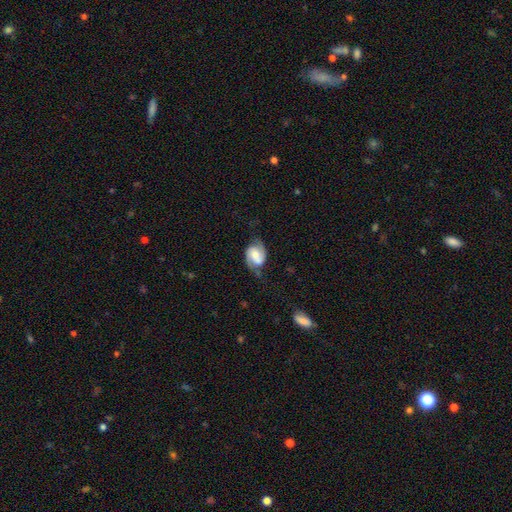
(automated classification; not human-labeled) A featured or disk galaxy (72%) with a weak bar (44%), 2 (90%) medium (47%) spiral arms (93%) and a moderate central bulge (39%).

Vote fractions:
- Smooth or featured? featured or disk: 72% / smooth: 21% / star or artifact: 7%
- Edge-on disk? no: 97% / yes: 3%
- Bar? weak: 44% / no: 33% / strong: 23%
- Spiral arms? yes: 93% / no: 7%
- Spiral winding? medium: 47% / loose: 30% / tight: 24%
- Spiral arm count? 2: 90% / can't tell: 4% / 1: 3% / 3: 1% / 4: 1% / more than 4: 1%
- Bulge size? moderate: 39% / small: 28% / large: 17% / none: 12% / dominant: 4%
- Merging? none: 64% / minor disturbance: 22% / major disturbance: 11% / merger: 2%